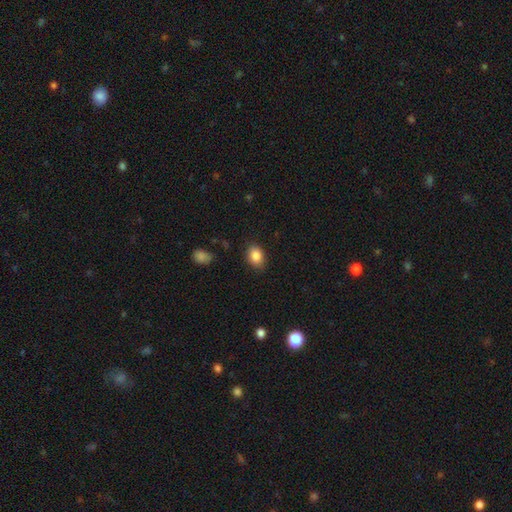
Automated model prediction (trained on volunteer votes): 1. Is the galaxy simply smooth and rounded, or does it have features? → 86% smooth, 8% star or artifact, 5% featured or disk.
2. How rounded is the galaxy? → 75% in between, 24% round, 1% cigar-shaped.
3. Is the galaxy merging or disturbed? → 85% none, 11% minor disturbance, 3% major disturbance, 1% merger.